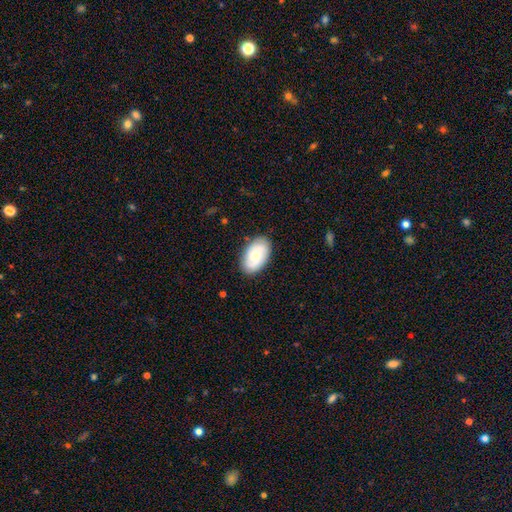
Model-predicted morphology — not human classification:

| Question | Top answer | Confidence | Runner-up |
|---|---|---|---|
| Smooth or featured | smooth | 61% | featured or disk (32%) |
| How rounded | in between | 93% | round (6%) |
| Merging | none | 84% | minor disturbance (12%) |